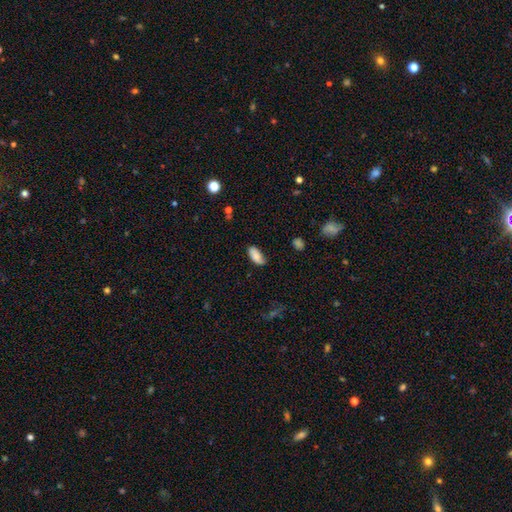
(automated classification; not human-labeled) Smooth or featured?
  - smooth: 81% *
  - featured or disk: 12%
  - star or artifact: 7%
How rounded?
  - in between: 90% *
  - cigar-shaped: 7%
  - round: 2%
Merging?
  - none: 67% *
  - minor disturbance: 26%
  - major disturbance: 5%
  - merger: 2%